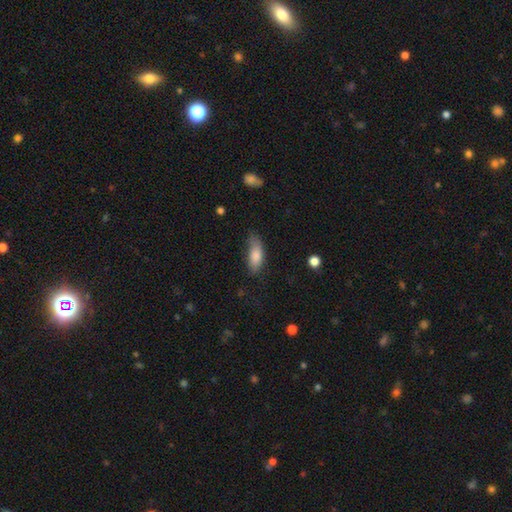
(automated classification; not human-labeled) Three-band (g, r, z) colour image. It shows a smooth galaxy with no disk features (83%) that is in between round and cigar-shaped (75%). Merging: none (53%).